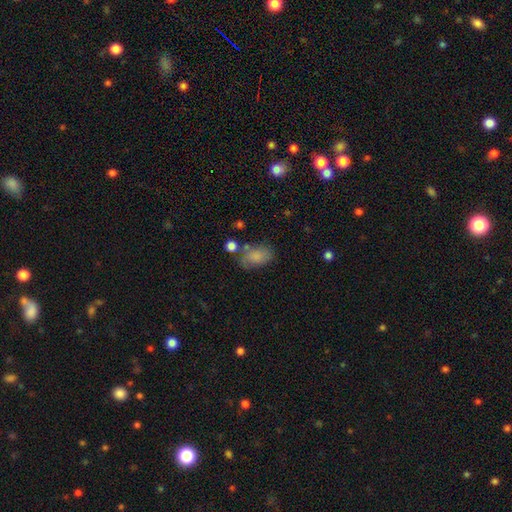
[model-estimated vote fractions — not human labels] Smooth or featured?
  - smooth: 79% *
  - featured or disk: 12%
  - star or artifact: 9%
How rounded?
  - in between: 85% *
  - round: 14%
  - cigar-shaped: 1%
Merging?
  - none: 57% *
  - minor disturbance: 23%
  - merger: 11%
  - major disturbance: 9%